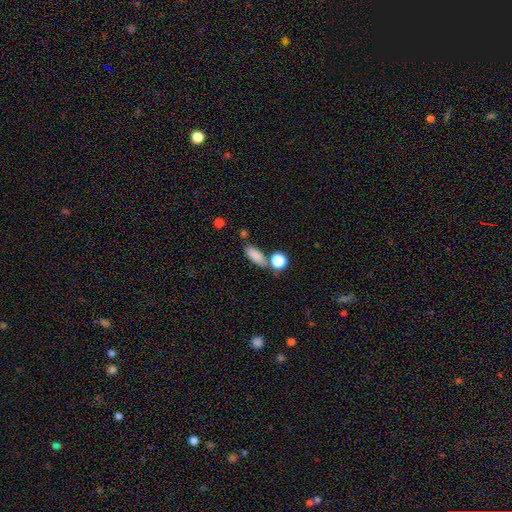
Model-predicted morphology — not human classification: smooth_or_featured: smooth (p=0.84) [alt: star or artifact p=0.09]
how_rounded: in between (p=0.75) [alt: cigar-shaped p=0.17]
merging: none (p=0.65) [alt: merger p=0.17]